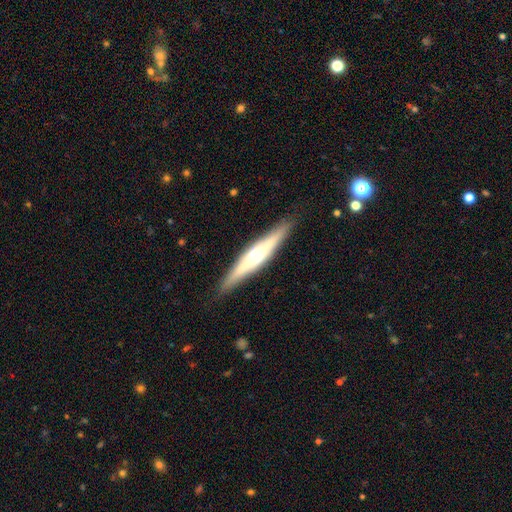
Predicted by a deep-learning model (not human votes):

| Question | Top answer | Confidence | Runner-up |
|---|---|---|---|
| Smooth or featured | featured or disk | 66% | smooth (28%) |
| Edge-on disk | yes | 95% | no (5%) |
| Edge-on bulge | rounded | 84% | boxy (10%) |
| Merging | none | 88% | minor disturbance (9%) |